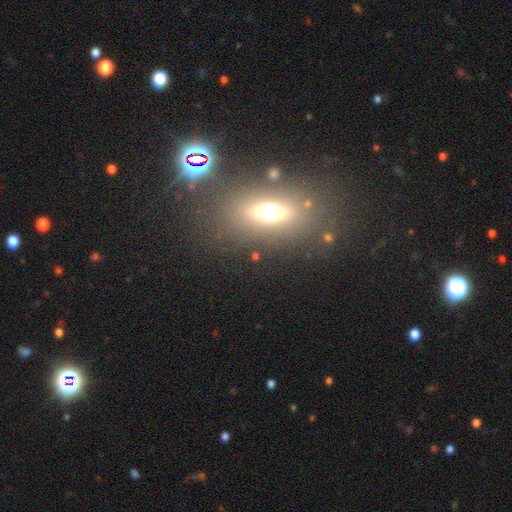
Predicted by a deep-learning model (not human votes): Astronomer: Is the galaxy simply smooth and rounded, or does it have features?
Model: smooth — 49% (runner-up: featured or disk, 26%).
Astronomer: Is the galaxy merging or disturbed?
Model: none — 76%.